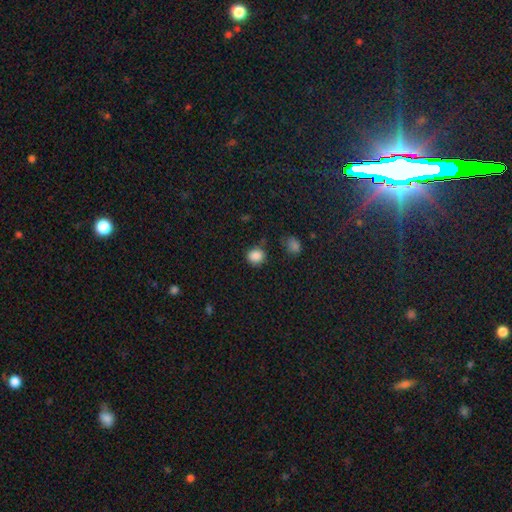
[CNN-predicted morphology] smooth 86%, star or artifact 11%, featured or disk 3%. Down the decision tree: how rounded — round (79%); merging — none (79%).